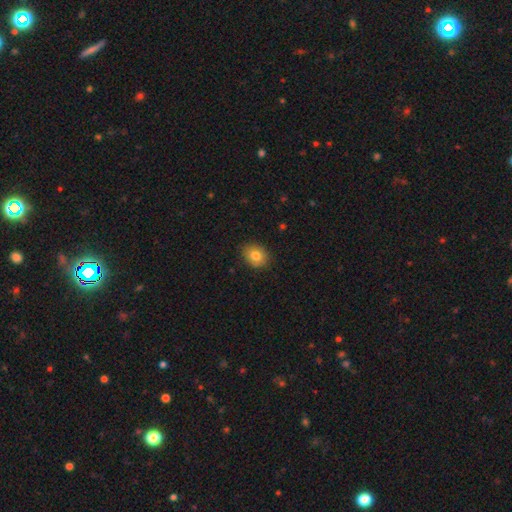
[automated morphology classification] Overall: smooth (81%). How rounded: in between (50%; round 49%). Merging: none (87%).